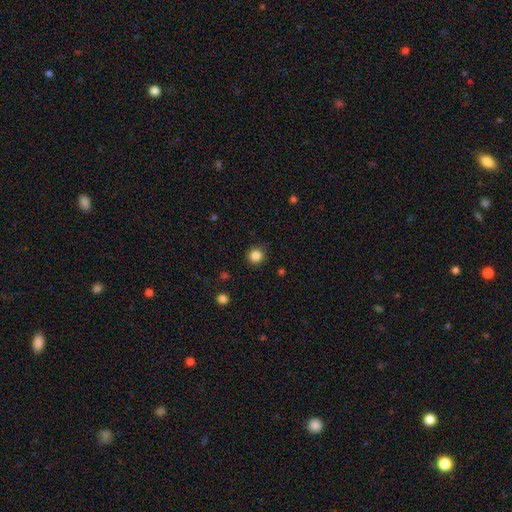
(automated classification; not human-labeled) A smooth galaxy with no disk features (85%) that is round (93%). Merging: none (91%).